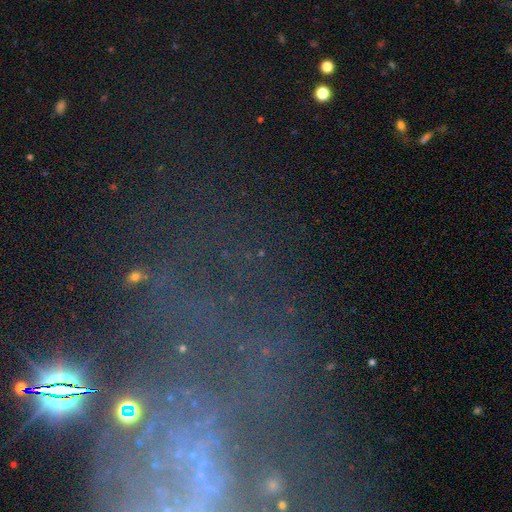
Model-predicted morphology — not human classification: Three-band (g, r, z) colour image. It shows a star or artifact, not a galaxy (46%).